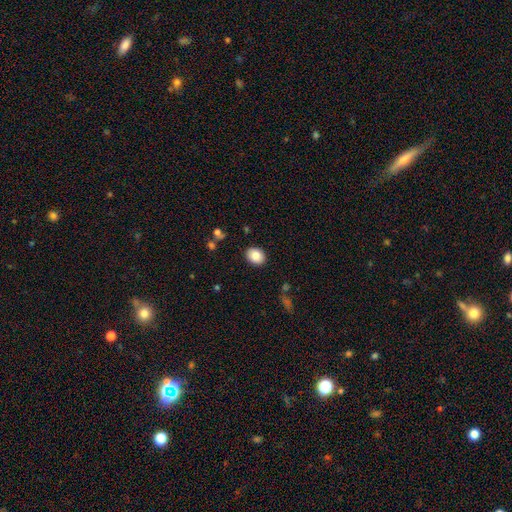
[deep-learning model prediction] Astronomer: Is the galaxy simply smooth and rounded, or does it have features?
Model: smooth — 84%.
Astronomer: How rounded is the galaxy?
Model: in between — 55% (runner-up: round, 44%).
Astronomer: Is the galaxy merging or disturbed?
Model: none — 89%.